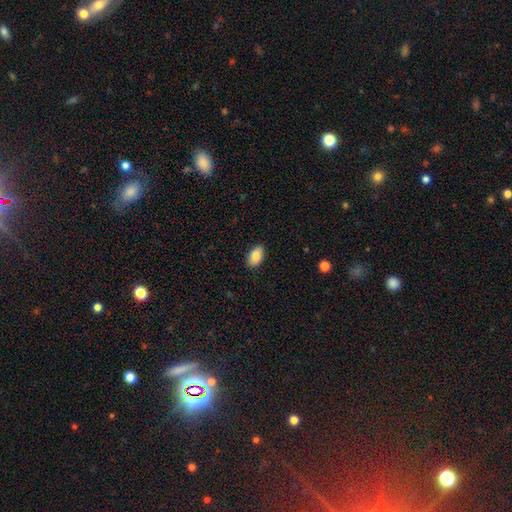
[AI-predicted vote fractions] Overall: smooth (85%). How rounded: in between (92%). Merging: none (85%).